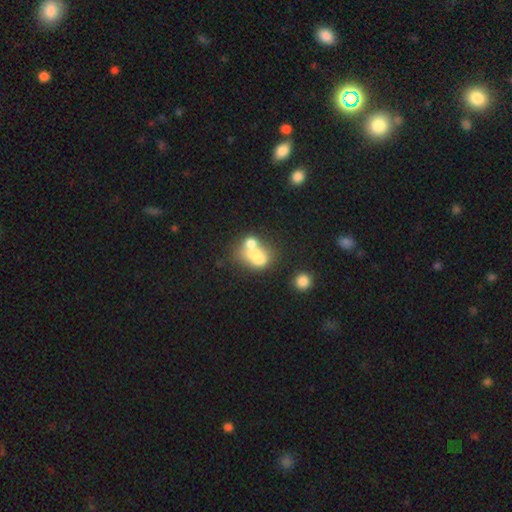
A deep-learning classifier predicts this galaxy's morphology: Overall: smooth (58%; featured or disk 29%). How rounded: in between (59%; round 40%). Merging: merger (62%).